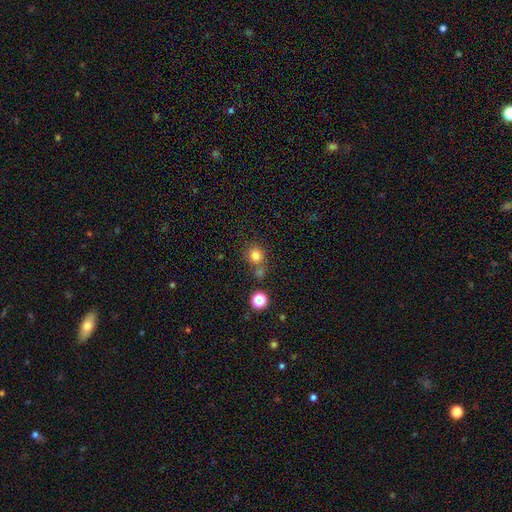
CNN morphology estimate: The model was most divided on "merging": none: 65%, merger: 22%, minor disturbance: 9%, major disturbance: 4%. More confident: how rounded — round (88%); smooth or featured — smooth (80%).